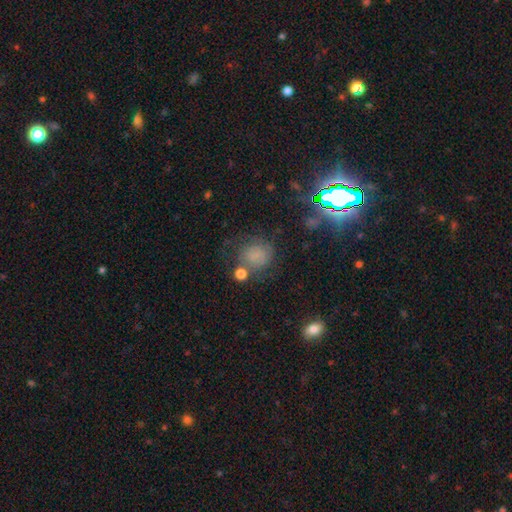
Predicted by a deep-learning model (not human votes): smooth 62%, star or artifact 20%, featured or disk 18%. Down the decision tree: how rounded — round (74%); merging — none (56%).